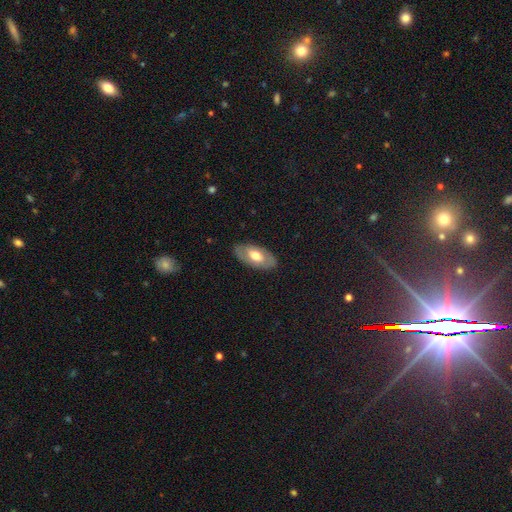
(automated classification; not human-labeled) Smooth or featured? Predicted: smooth (p=0.52). How rounded? Predicted: in between (p=0.92). Merging? Predicted: none (p=0.84).